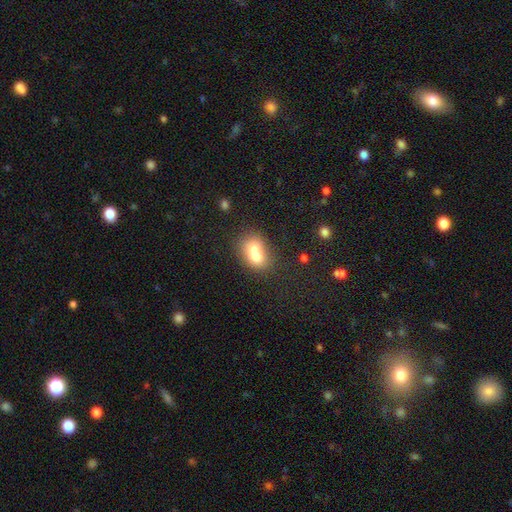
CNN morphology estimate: smooth 69%, featured or disk 21%, star or artifact 10%. Down the decision tree: how rounded — in between (66%); merging — merger (59%).